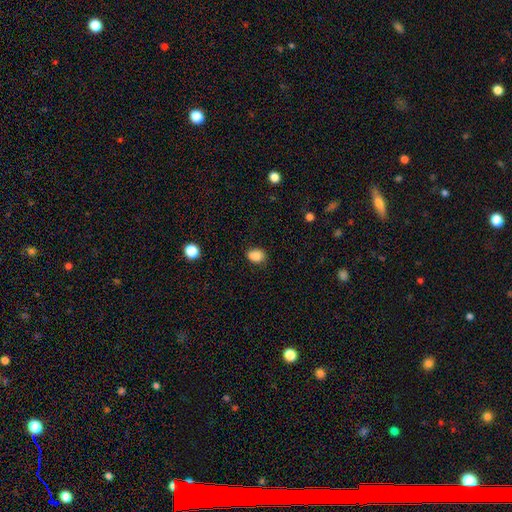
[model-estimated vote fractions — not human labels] Smooth or featured? Predicted: smooth (p=0.85). How rounded? Predicted: in between (p=0.60). Merging? Predicted: none (p=0.70).